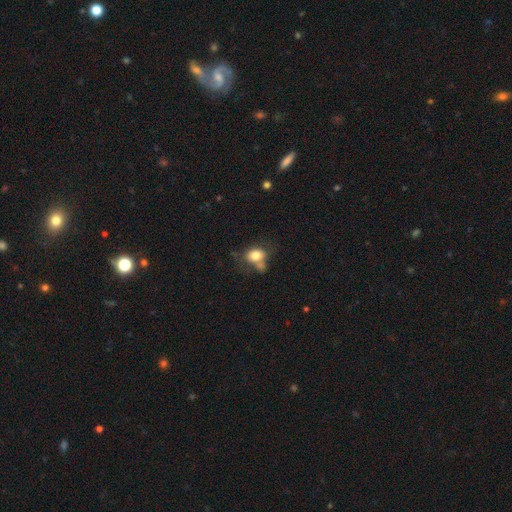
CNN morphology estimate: Smooth or featured?
  - smooth: 77% *
  - featured or disk: 14%
  - star or artifact: 9%
How rounded?
  - in between: 53% *
  - round: 46%
  - cigar-shaped: 1%
Merging?
  - none: 41% *
  - merger: 26%
  - minor disturbance: 21%
  - major disturbance: 12%